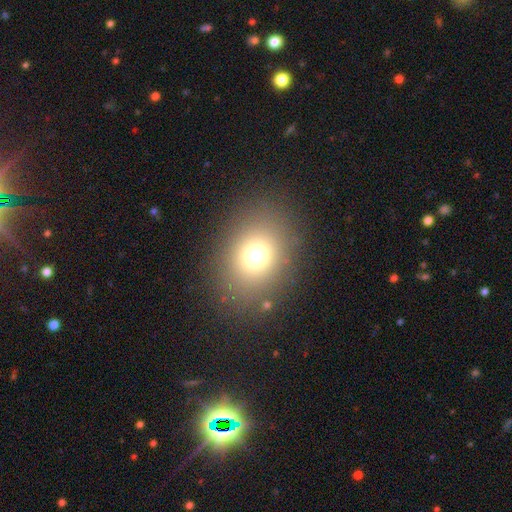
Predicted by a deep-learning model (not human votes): Smooth or featured: smooth — 71% (star or artifact — 19%)
How rounded: round — 57% (in between — 42%)
Merging: none — 85% (minor disturbance — 8%)